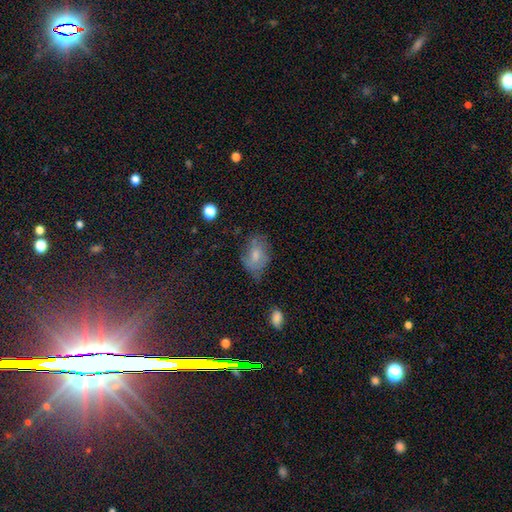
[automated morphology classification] This appears to be a smooth galaxy with no disk features (59%) that is in between round and cigar-shaped (80%). Merging: none (50%).